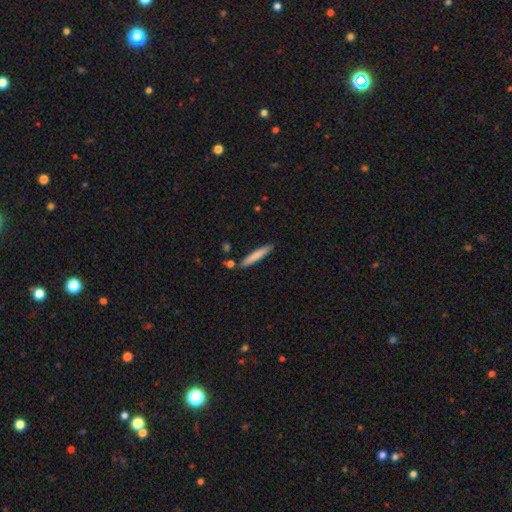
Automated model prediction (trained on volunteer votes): Morphology: type=smooth (76%); roundness=cigar-shaped (94%); merging=none (85%).